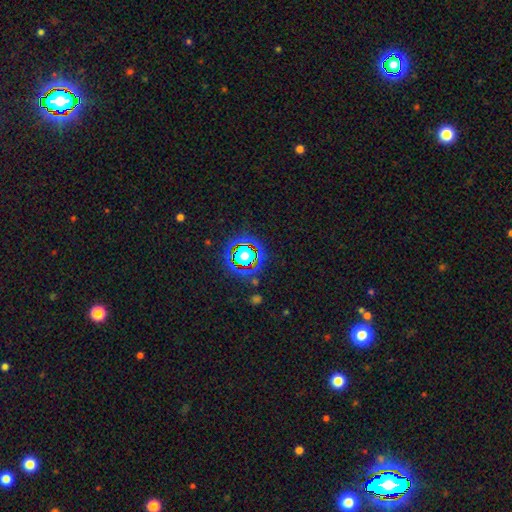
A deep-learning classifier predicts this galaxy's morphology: A star or artifact, not a galaxy (81%).

Vote fractions:
- Smooth or featured? star or artifact: 81% / smooth: 12% / featured or disk: 8%